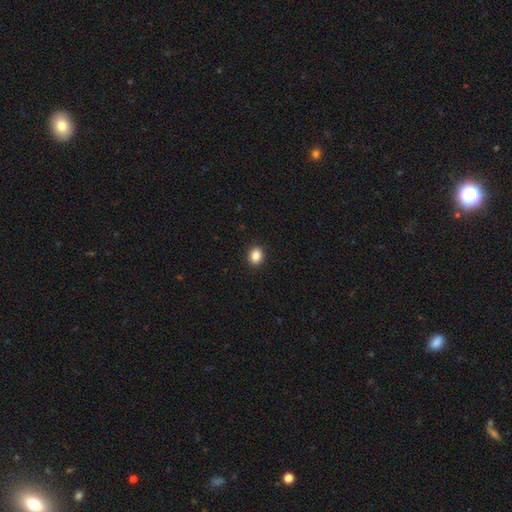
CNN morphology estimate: A smooth galaxy with no disk features (87%) that is in between round and cigar-shaped (50%). Merging: none (91%).